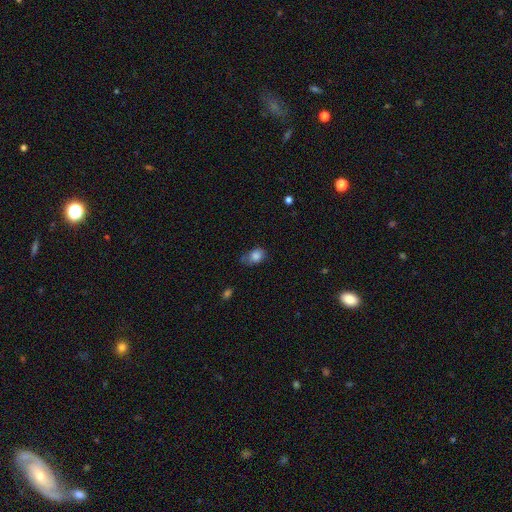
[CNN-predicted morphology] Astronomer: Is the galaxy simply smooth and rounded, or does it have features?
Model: smooth — 83%.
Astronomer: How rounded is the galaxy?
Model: in between — 68%.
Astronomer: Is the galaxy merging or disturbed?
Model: none — 45% (runner-up: minor disturbance, 39%).